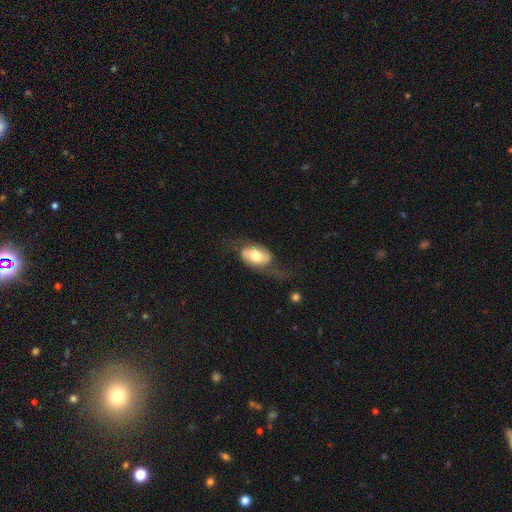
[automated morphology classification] Q: Smooth or featured?
A: featured or disk (53%); runner-up: smooth (41%)
Q: Edge-on disk?
A: no (90%); runner-up: yes (10%)
Q: Merging?
A: none (47%); runner-up: major disturbance (27%)